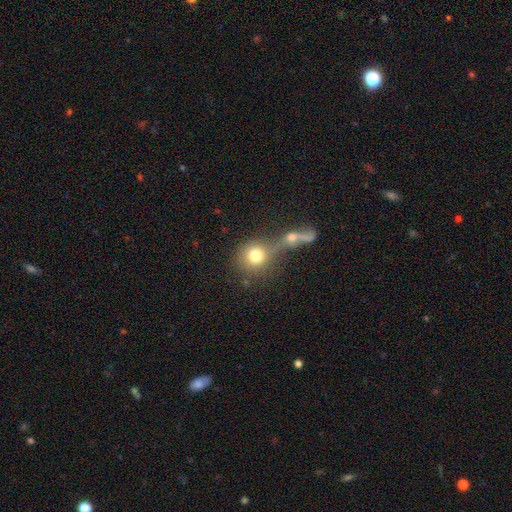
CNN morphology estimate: A smooth galaxy with no disk features (77%) that is round (85%).

Vote fractions:
- Smooth or featured? smooth: 77% / featured or disk: 13% / star or artifact: 10%
- How rounded? round: 85% / in between: 13% / cigar-shaped: 2%
- Merging? merger: 48% / none: 36% / minor disturbance: 8% / major disturbance: 7%